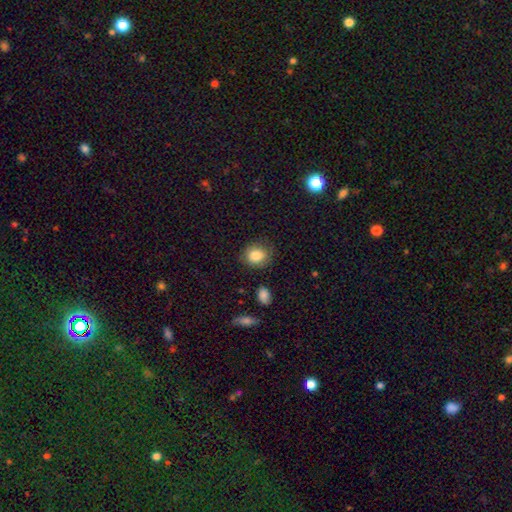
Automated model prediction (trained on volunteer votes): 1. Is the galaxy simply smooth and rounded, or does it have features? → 83% smooth, 9% star or artifact, 8% featured or disk.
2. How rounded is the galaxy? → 68% round, 31% in between, 1% cigar-shaped.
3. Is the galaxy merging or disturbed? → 78% none, 16% minor disturbance, 4% major disturbance, 2% merger.